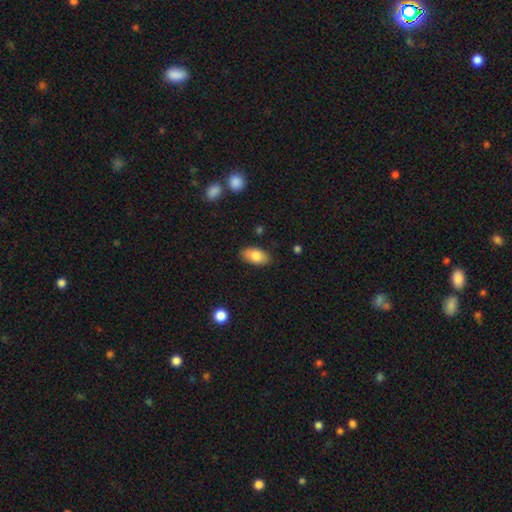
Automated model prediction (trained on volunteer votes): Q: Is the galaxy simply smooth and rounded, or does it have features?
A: smooth — 81%.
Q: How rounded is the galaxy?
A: in between — 94%.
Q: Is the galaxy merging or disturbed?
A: none — 85%.